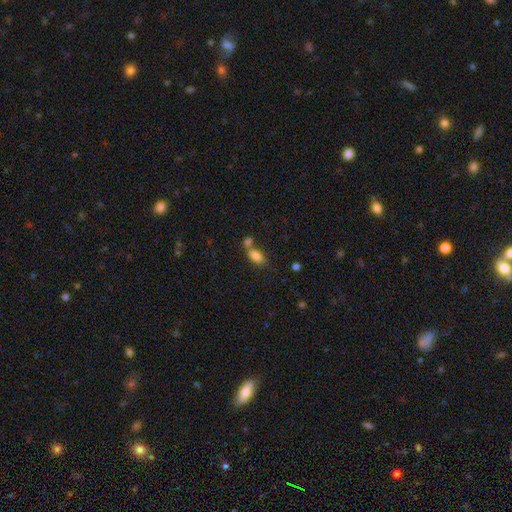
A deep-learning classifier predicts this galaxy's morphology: A smooth galaxy with no disk features (84%) that is in between round and cigar-shaped (88%).

Vote fractions:
- Smooth or featured? smooth: 84% / star or artifact: 9% / featured or disk: 7%
- How rounded? in between: 88% / cigar-shaped: 6% / round: 5%
- Merging? none: 46% / merger: 38% / minor disturbance: 12% / major disturbance: 5%